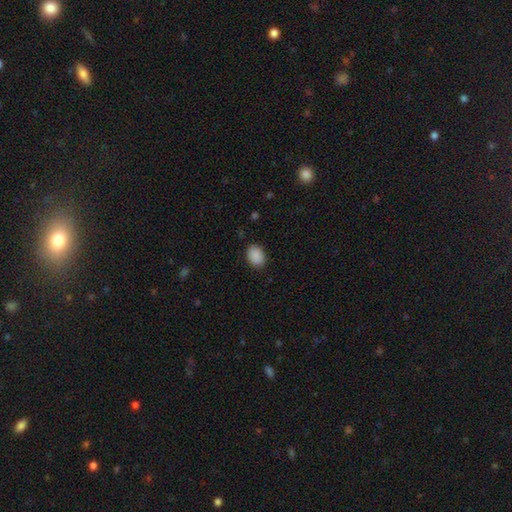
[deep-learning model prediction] A smooth galaxy with no disk features (90%) that is in between round and cigar-shaped (70%).

Vote fractions:
- Smooth or featured? smooth: 90% / star or artifact: 8% / featured or disk: 3%
- How rounded? in between: 70% / round: 29% / cigar-shaped: 1%
- Merging? none: 86% / minor disturbance: 11% / major disturbance: 3% / merger: 1%